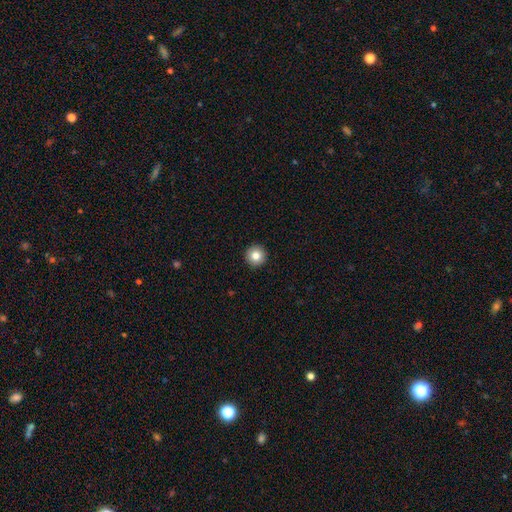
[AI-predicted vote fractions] Q: Smooth or featured?
A: smooth (82%); runner-up: star or artifact (10%)
Q: How rounded?
A: round (96%); runner-up: in between (3%)
Q: Merging?
A: none (93%); runner-up: minor disturbance (4%)